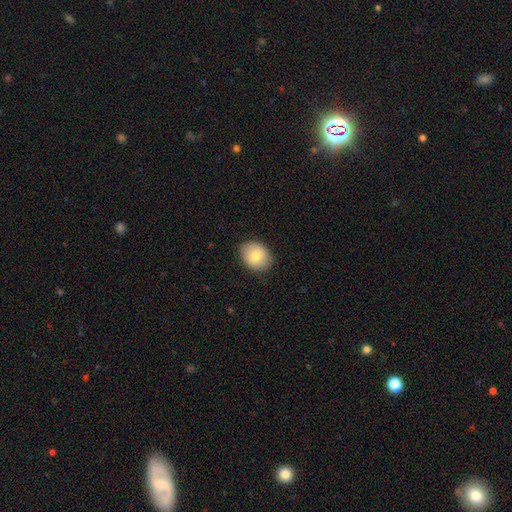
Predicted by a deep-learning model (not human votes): A smooth galaxy with no disk features (80%) that is round (50%). Merging: none (87%).